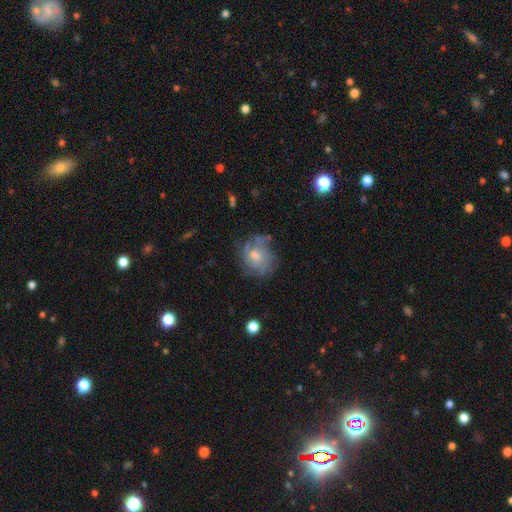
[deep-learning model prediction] A featured or disk galaxy (56%) with no bar (69%), spiral arms (67%) and a moderate central bulge (51%).

Vote fractions:
- Smooth or featured? featured or disk: 56% / smooth: 35% / star or artifact: 9%
- Edge-on disk? no: 97% / yes: 3%
- Bar? no: 69% / weak: 28% / strong: 4%
- Spiral arms? yes: 67% / no: 33%
- Bulge size? moderate: 51% / small: 32% / none: 9% / large: 6% / dominant: 1%
- Merging? none: 56% / minor disturbance: 24% / major disturbance: 17% / merger: 3%